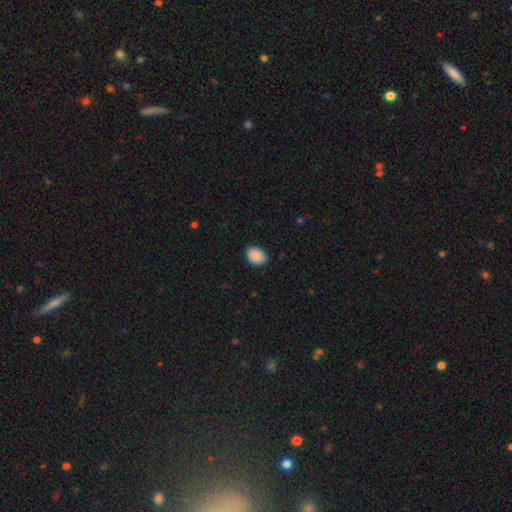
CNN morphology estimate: This is clearly a smooth galaxy (89%). How rounded: likely in between (66%). Merging: clearly none (87%).